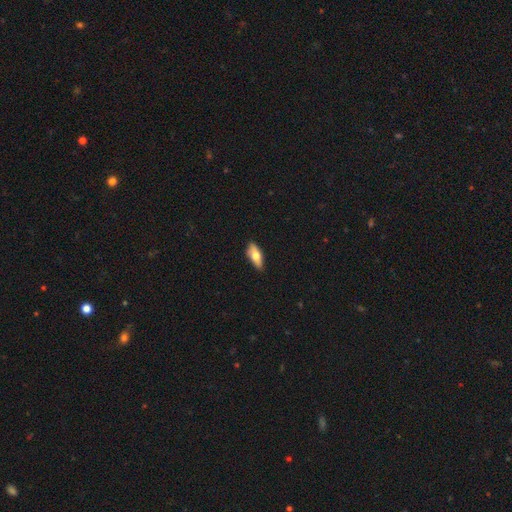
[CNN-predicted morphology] A smooth galaxy with no disk features (68%) that is in between round and cigar-shaped (74%).

Vote fractions:
- Smooth or featured? smooth: 68% / featured or disk: 26% / star or artifact: 6%
- How rounded? in between: 74% / cigar-shaped: 23% / round: 3%
- Merging? none: 82% / minor disturbance: 15% / major disturbance: 2% / merger: 1%